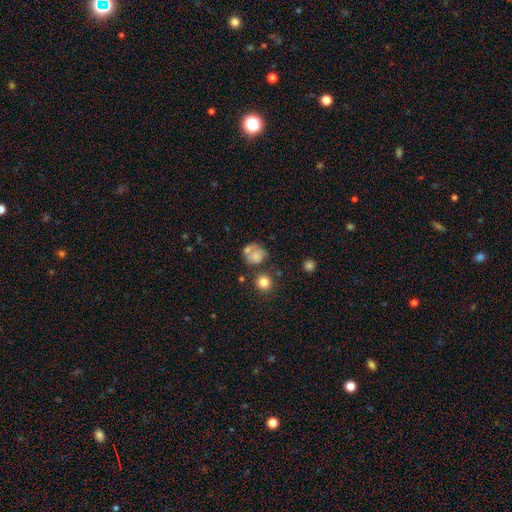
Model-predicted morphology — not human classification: Smooth or featured? smooth (58%)
How rounded? round (71%)
Merging? none (40%)